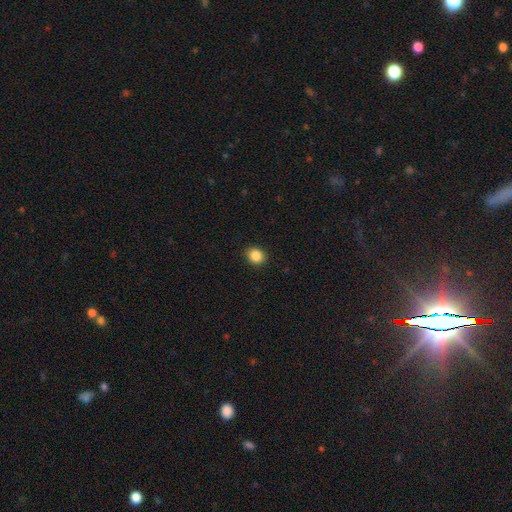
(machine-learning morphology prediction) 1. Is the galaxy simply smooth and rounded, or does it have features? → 87% smooth, 9% star or artifact, 4% featured or disk.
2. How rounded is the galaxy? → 68% round, 31% in between, 1% cigar-shaped.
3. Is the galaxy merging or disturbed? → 91% none, 6% minor disturbance, 2% major disturbance, 1% merger.